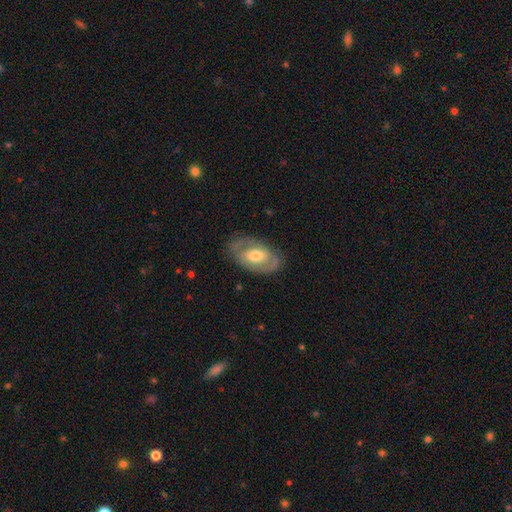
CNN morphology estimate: Smooth or featured: featured or disk — 59% (smooth — 36%)
Edge-on disk: no — 92% (yes — 8%)
Bar: no — 51% (weak — 34%)
Spiral arms: no — 51% (yes — 49%)
Bulge size: moderate — 67% (small — 20%)
Merging: none — 76% (minor disturbance — 16%)